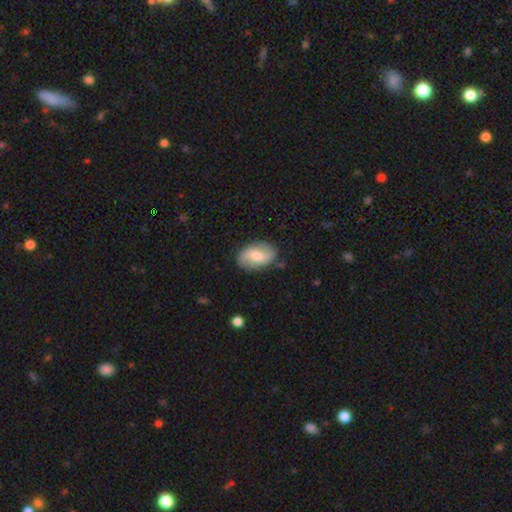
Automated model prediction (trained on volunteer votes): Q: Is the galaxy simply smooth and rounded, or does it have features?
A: smooth — 51%.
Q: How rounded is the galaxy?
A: in between — 87%.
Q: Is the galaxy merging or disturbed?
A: none — 81%.